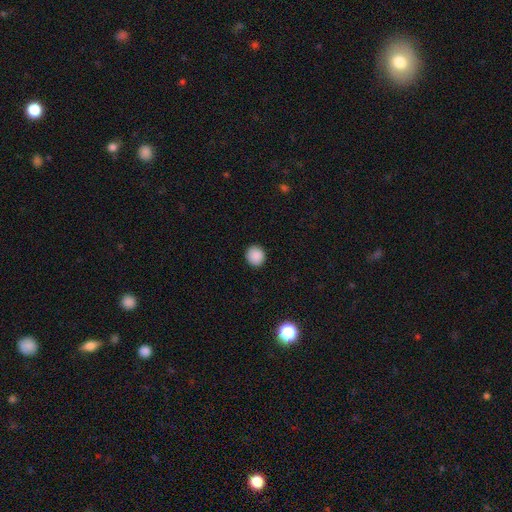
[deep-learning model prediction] This appears to be a smooth galaxy with no disk features (89%) that is round (91%). Merging: none (92%).